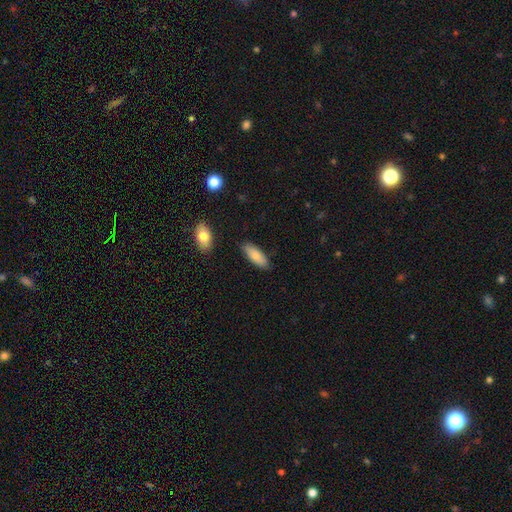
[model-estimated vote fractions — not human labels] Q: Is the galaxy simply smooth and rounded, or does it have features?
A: smooth — 81%.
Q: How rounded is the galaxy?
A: in between — 70%.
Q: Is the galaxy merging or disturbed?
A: none — 85%.